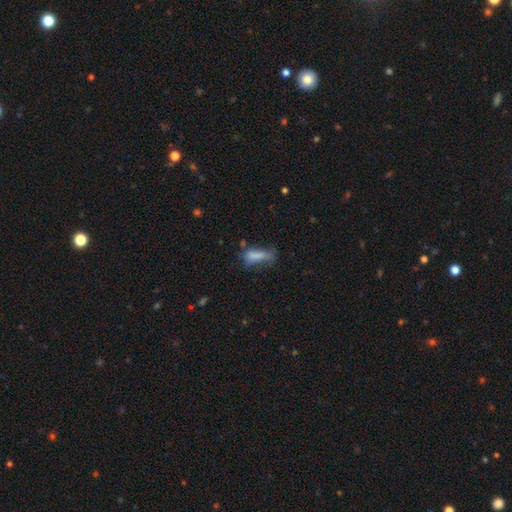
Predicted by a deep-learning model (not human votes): smooth 71%, featured or disk 18%, star or artifact 11%. Down the decision tree: how rounded — in between (51%); merging — major disturbance (32%, tied with none).